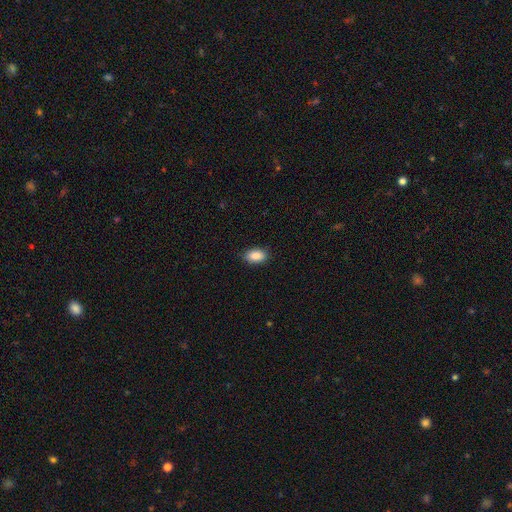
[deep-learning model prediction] smooth 88%, star or artifact 7%, featured or disk 5%. Down the decision tree: how rounded — in between (91%); merging — none (88%).